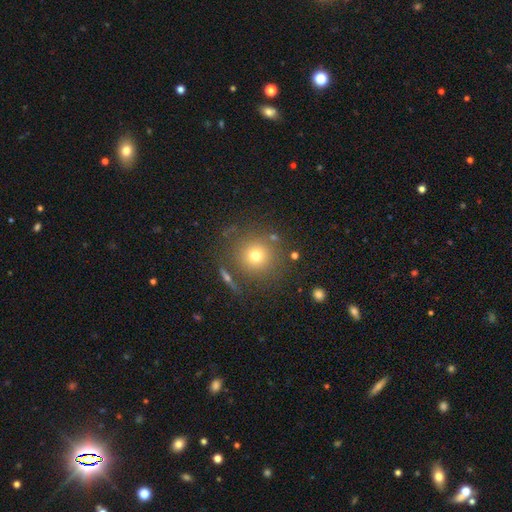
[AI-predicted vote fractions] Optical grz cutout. It shows a smooth galaxy with no disk features (71%) that is round (94%). Merging: none (81%).